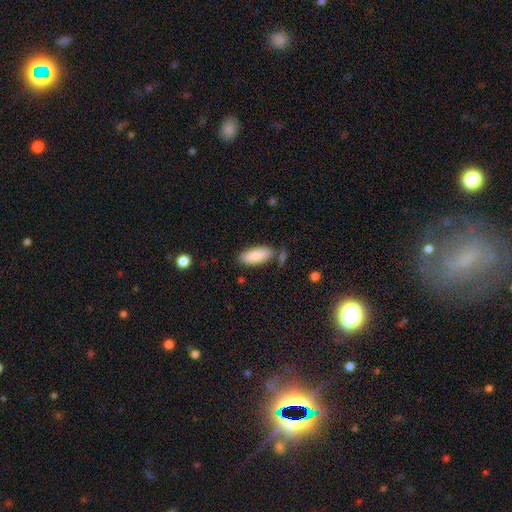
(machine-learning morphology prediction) Overall: smooth (85%). How rounded: in between (79%). Merging: none (74%).